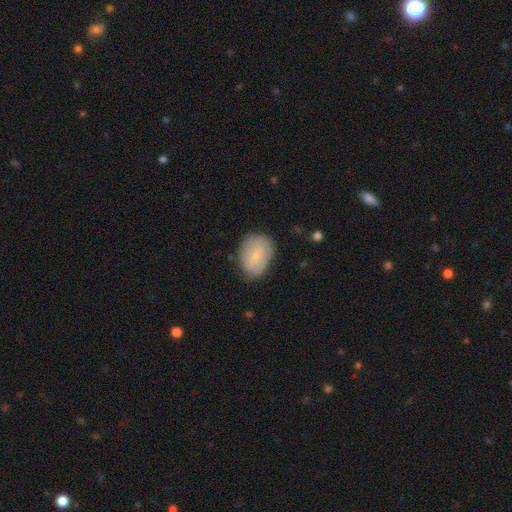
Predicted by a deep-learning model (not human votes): smooth-or-featured: smooth: 63% | featured or disk: 30% | star or artifact: 7%
  how-rounded: in between: 73% | round: 26% | cigar-shaped: 1%
  merging: none: 70% | minor disturbance: 24% | major disturbance: 5% | merger: 1%